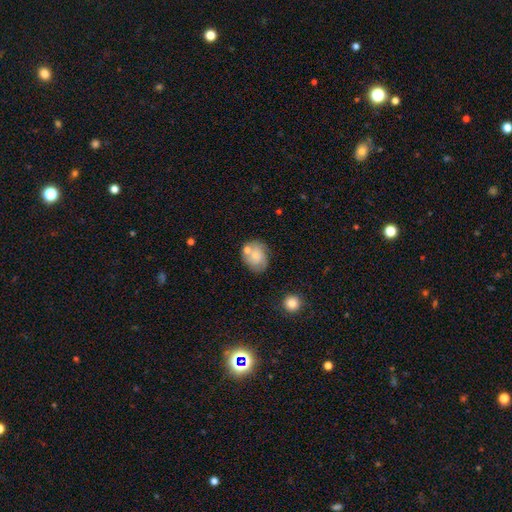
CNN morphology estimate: The model was most divided on "how rounded": round: 56%, in between: 43%, cigar-shaped: 1%. More confident: smooth or featured — smooth (58%); merging — none (54%).